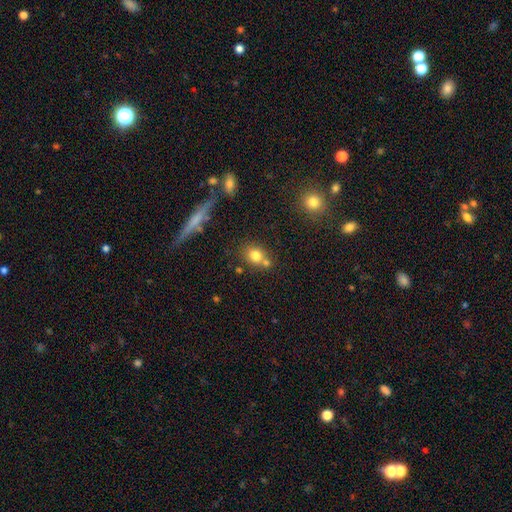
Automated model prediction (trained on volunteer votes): A smooth galaxy with no disk features (77%) that is round (69%).

Vote fractions:
- Smooth or featured? smooth: 77% / star or artifact: 12% / featured or disk: 11%
- How rounded? round: 69% / in between: 30% / cigar-shaped: 2%
- Merging? none: 56% / merger: 30% / minor disturbance: 11% / major disturbance: 4%